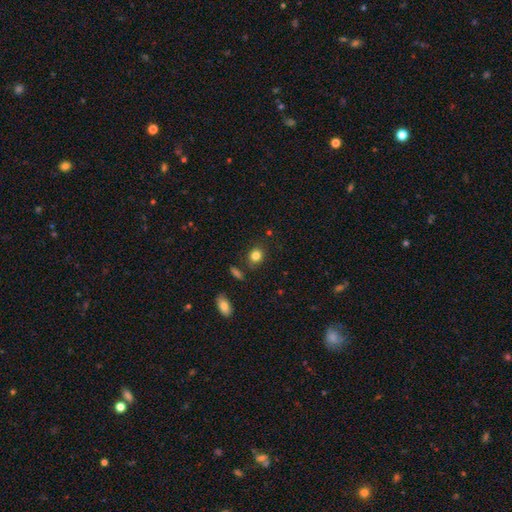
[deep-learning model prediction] Smooth or featured? Predicted: smooth (p=0.83). How rounded? Predicted: round (p=0.74). Merging? Predicted: none (p=0.82).